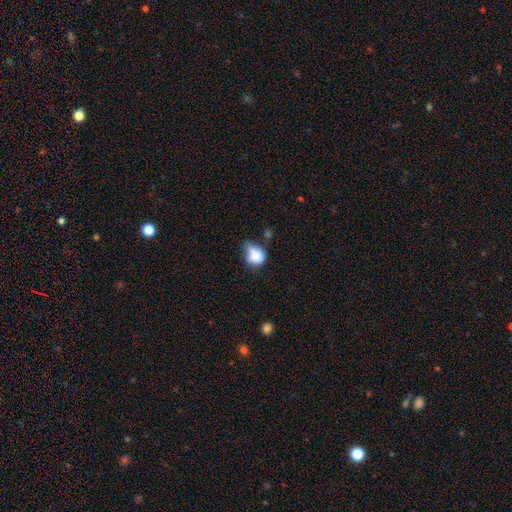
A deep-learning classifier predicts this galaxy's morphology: type=smooth (79%); roundness=round (68%); merging=minor disturbance (42%).